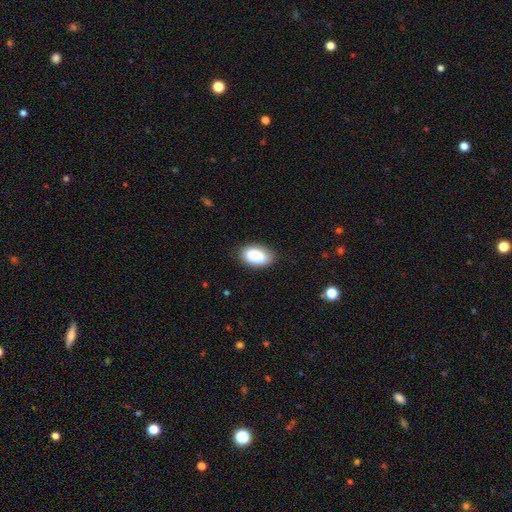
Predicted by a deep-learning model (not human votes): Overall: smooth (85%). How rounded: in between (93%). Merging: none (80%).